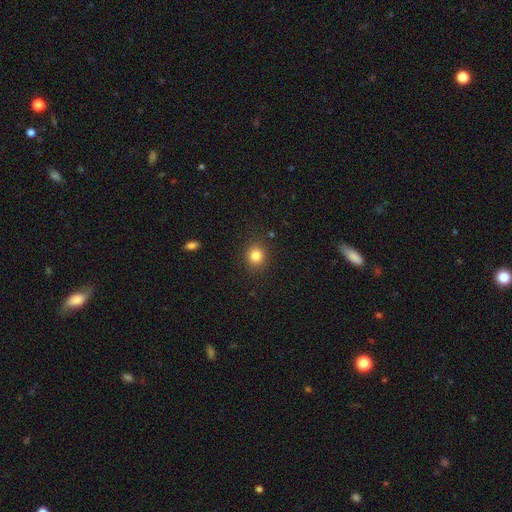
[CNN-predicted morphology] smooth 83%, star or artifact 11%, featured or disk 5%. Down the decision tree: how rounded — round (81%); merging — none (88%).